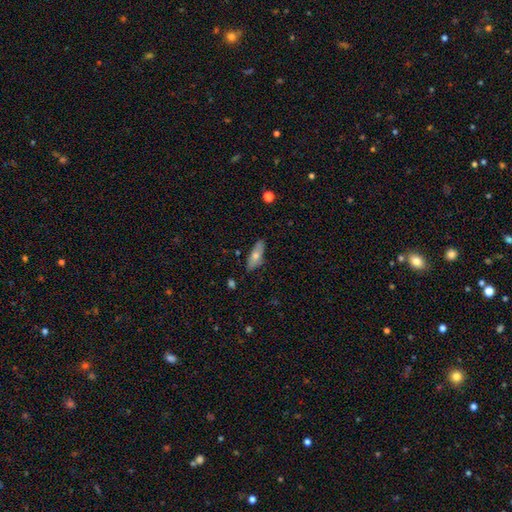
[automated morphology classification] type=smooth (67%); roundness=in between (67%); merging=none (80%).